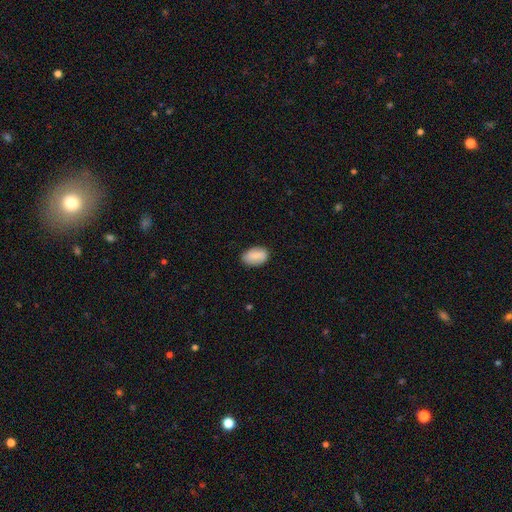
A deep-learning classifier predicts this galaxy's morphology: smooth-or-featured: smooth: 81% | featured or disk: 12% | star or artifact: 7%
  how-rounded: in between: 90% | round: 8% | cigar-shaped: 2%
  merging: none: 83% | minor disturbance: 13% | major disturbance: 3% | merger: 1%